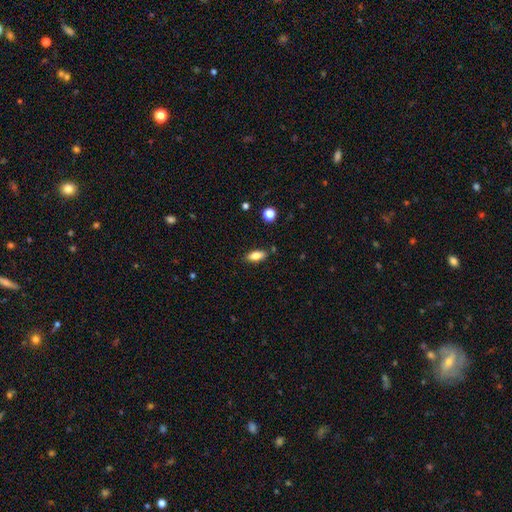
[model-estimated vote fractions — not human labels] Morphology: type=smooth (80%); roundness=in between (83%); merging=none (83%).